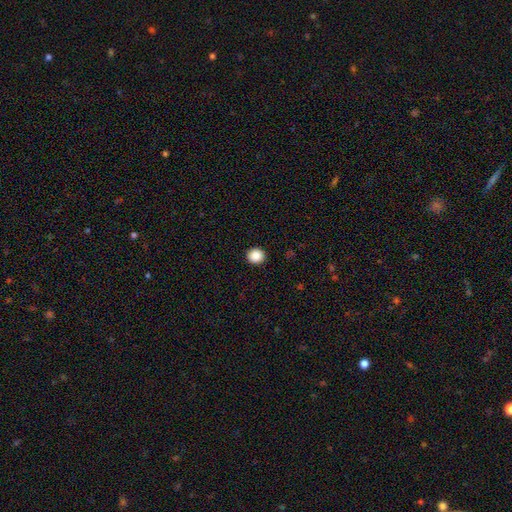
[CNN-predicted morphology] type=smooth (87%); roundness=round (89%); merging=none (93%).